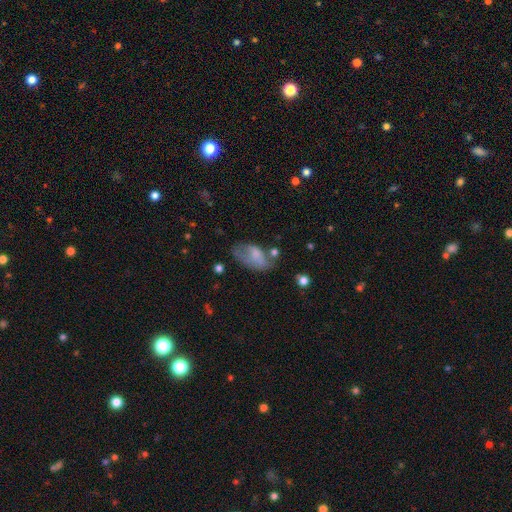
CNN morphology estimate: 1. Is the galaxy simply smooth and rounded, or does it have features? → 63% smooth, 28% featured or disk, 9% star or artifact.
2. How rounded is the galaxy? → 92% in between, 6% round, 2% cigar-shaped.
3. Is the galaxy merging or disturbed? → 36% none, 30% minor disturbance, 25% major disturbance, 9% merger.